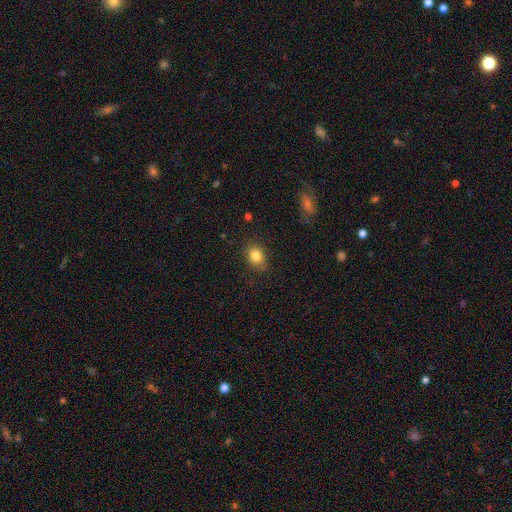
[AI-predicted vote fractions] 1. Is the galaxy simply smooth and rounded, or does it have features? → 83% smooth, 10% star or artifact, 7% featured or disk.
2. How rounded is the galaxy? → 58% in between, 41% round, 1% cigar-shaped.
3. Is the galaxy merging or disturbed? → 79% none, 16% minor disturbance, 4% major disturbance, 1% merger.